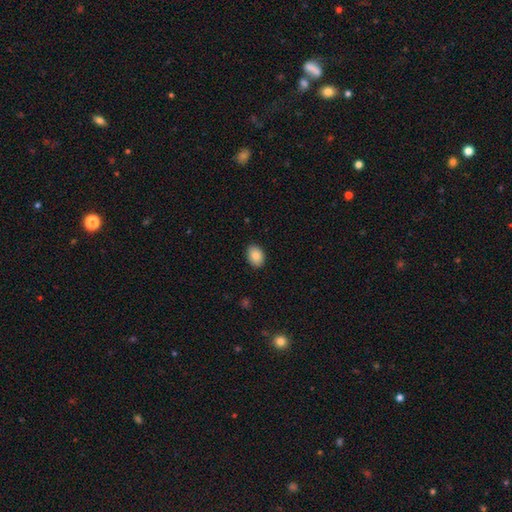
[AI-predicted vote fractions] Morphology: type=smooth (85%); roundness=in between (77%); merging=none (89%).